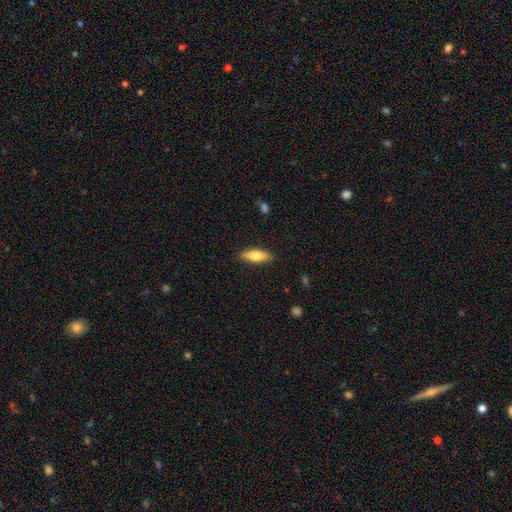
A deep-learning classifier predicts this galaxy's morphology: A smooth galaxy with no disk features (74%) that is in between round and cigar-shaped (60%). Merging: none (88%).